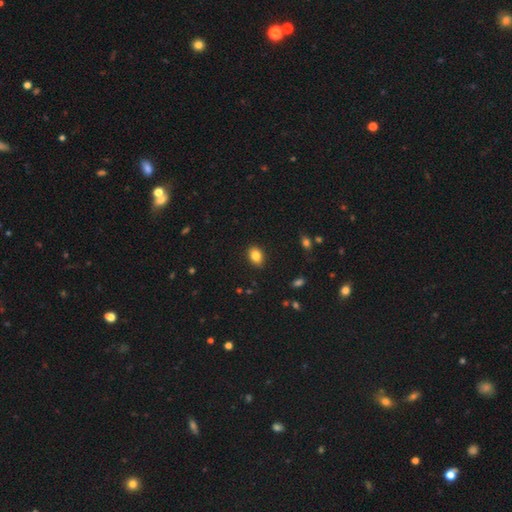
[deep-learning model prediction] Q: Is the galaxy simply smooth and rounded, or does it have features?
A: smooth — 84%.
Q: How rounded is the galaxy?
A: in between — 77%.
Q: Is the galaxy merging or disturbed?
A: none — 87%.